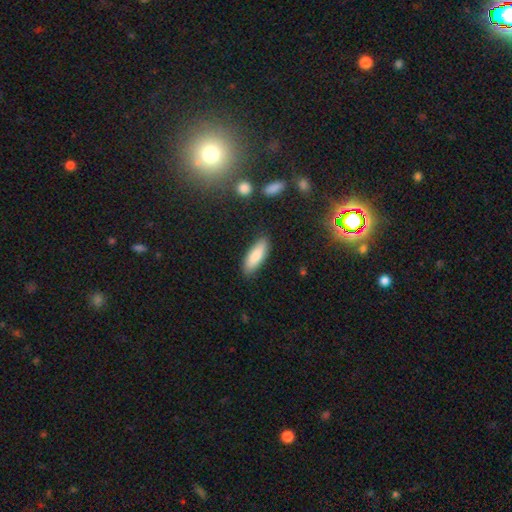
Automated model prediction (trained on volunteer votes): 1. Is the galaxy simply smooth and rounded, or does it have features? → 83% smooth, 11% featured or disk, 6% star or artifact.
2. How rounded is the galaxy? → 56% in between, 42% cigar-shaped, 2% round.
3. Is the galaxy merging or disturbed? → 86% none, 10% minor disturbance, 2% major disturbance, 2% merger.